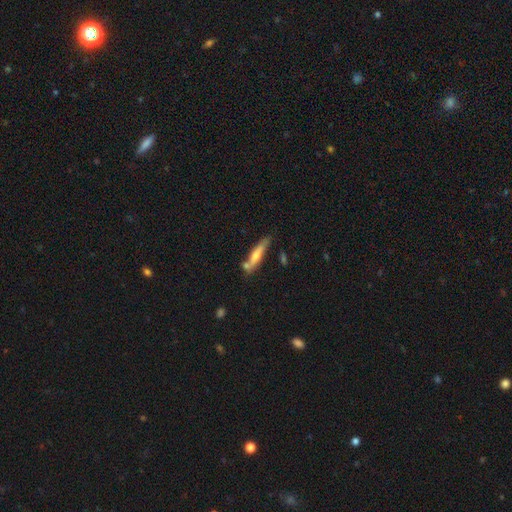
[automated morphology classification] Smooth or featured: smooth — 55% (featured or disk — 39%)
How rounded: cigar-shaped — 86% (in between — 12%)
Merging: none — 63% (minor disturbance — 18%)